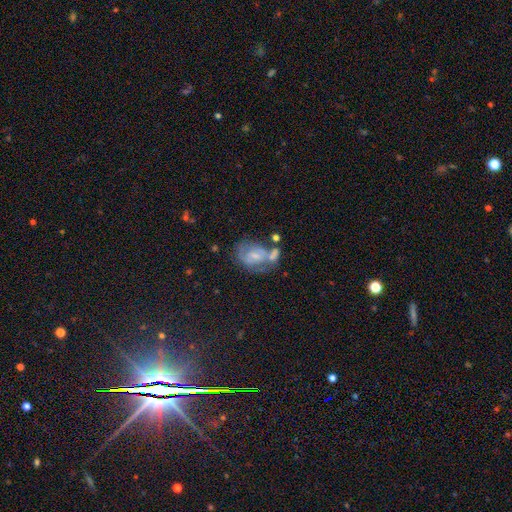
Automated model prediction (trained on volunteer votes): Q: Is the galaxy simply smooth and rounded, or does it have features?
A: featured or disk — 52%.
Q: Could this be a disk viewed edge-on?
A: no — 97%.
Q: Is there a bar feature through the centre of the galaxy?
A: no — 59%.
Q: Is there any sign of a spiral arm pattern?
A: yes — 55%.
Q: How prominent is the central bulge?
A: small — 50%.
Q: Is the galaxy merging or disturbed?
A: merger — 33%.